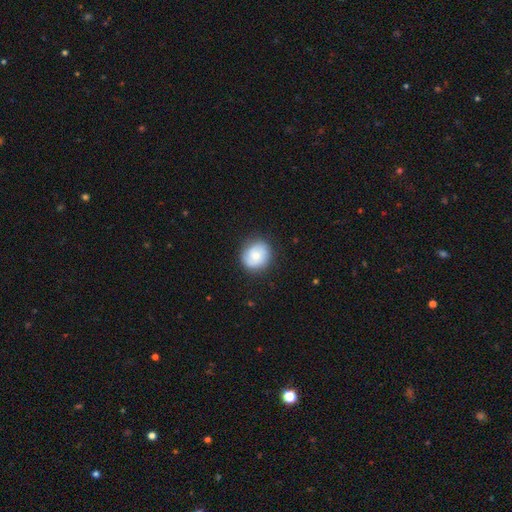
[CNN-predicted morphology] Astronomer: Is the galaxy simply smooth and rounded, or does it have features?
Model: smooth — 57% (runner-up: featured or disk, 36%).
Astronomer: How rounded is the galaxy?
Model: round — 79%.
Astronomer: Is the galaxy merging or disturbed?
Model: none — 81%.